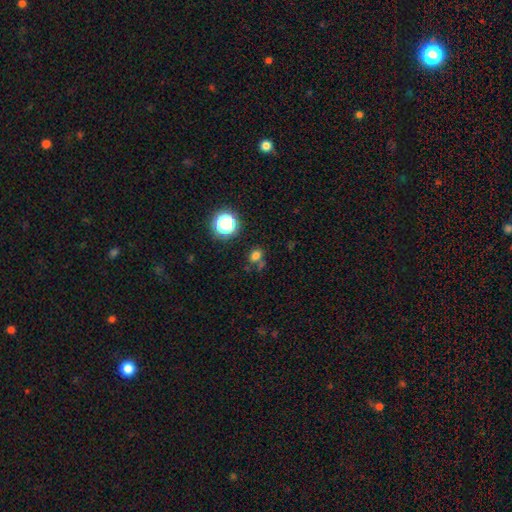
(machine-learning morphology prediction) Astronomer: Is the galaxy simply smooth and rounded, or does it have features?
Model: smooth — 71%.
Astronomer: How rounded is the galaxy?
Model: round — 54% (runner-up: in between, 45%).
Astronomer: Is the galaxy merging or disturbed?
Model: none — 64%.